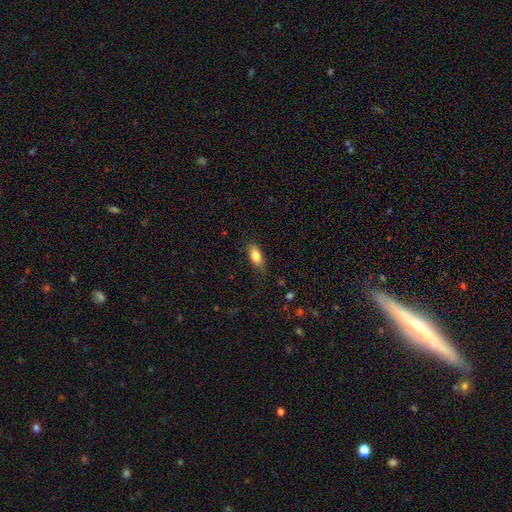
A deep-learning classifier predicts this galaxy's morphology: Smooth or featured? Predicted: smooth (p=0.82). How rounded? Predicted: in between (p=0.84). Merging? Predicted: none (p=0.74).